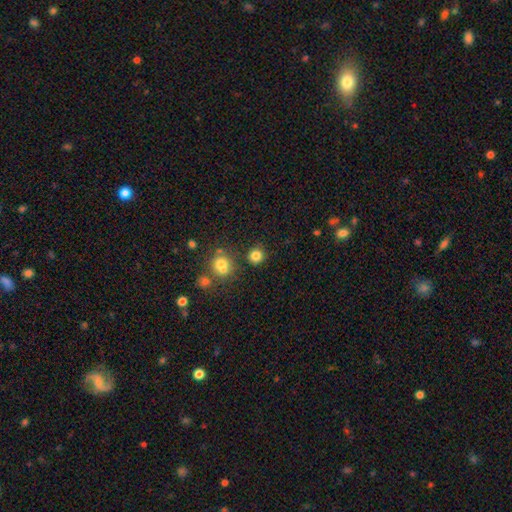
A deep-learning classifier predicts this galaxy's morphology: smooth 81%, star or artifact 13%, featured or disk 6%. Down the decision tree: how rounded — round (91%); merging — none (83%).